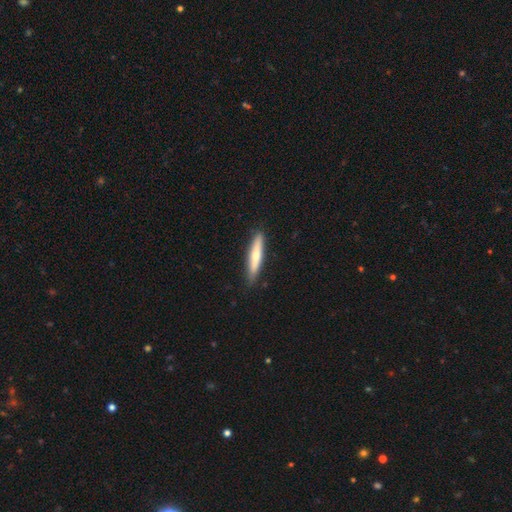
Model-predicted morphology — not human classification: smooth-or-featured: smooth: 60% | featured or disk: 35% | star or artifact: 5%
  how-rounded: cigar-shaped: 88% | in between: 10% | round: 1%
  merging: none: 89% | minor disturbance: 9% | major disturbance: 2% | merger: 1%